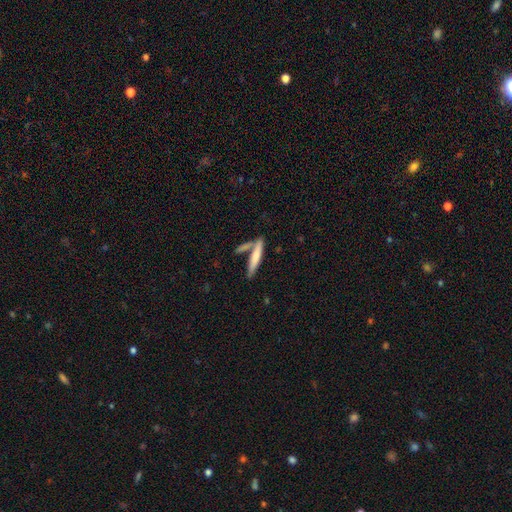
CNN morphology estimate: smooth_or_featured: smooth (p=0.69) [alt: featured or disk p=0.26]
how_rounded: cigar-shaped (p=0.86) [alt: in between p=0.12]
merging: none (p=0.59) [alt: merger p=0.26]